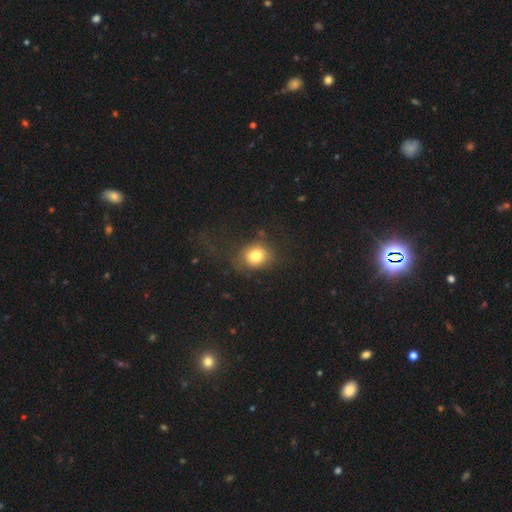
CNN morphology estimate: smooth_or_featured: smooth (p=0.78) [alt: star or artifact p=0.12]
how_rounded: round (p=0.70) [alt: in between p=0.29]
merging: none (p=0.66) [alt: minor disturbance p=0.17]